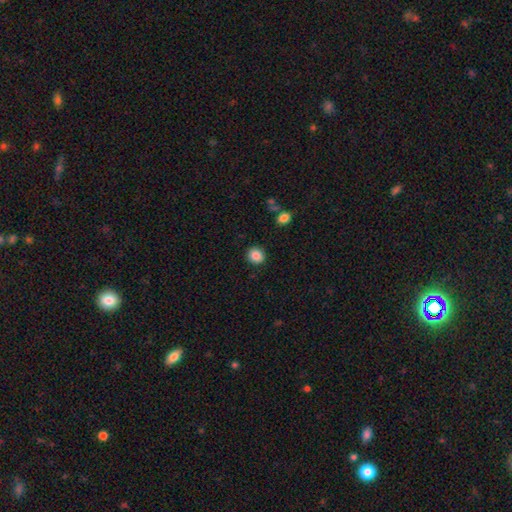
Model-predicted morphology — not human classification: smooth_or_featured: smooth (p=0.87) [alt: star or artifact p=0.09]
how_rounded: round (p=0.84) [alt: in between p=0.15]
merging: none (p=0.91) [alt: minor disturbance p=0.06]